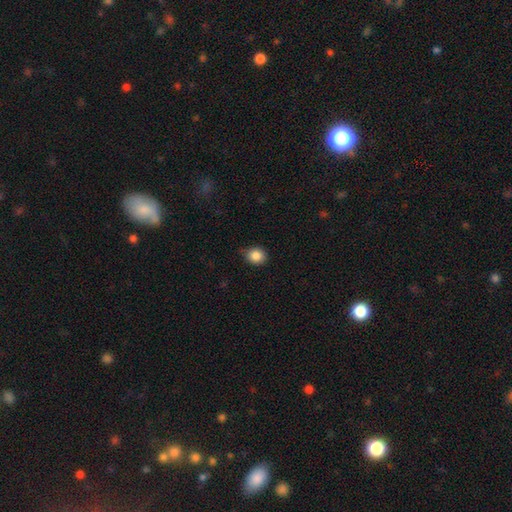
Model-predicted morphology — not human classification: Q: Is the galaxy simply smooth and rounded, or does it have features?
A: smooth — 86%.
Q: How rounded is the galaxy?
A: round — 75%.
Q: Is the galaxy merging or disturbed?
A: none — 73%.